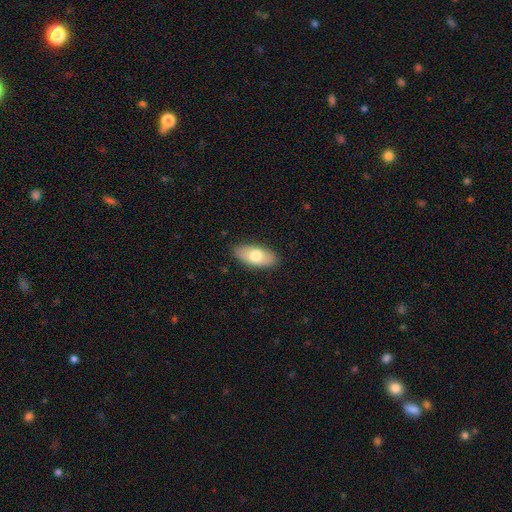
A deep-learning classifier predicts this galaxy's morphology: smooth 73%, featured or disk 21%, star or artifact 6%. Down the decision tree: how rounded — in between (89%); merging — none (87%).